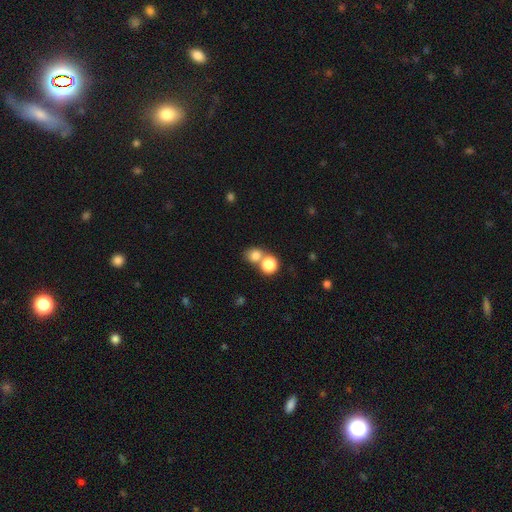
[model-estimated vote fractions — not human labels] A smooth galaxy with no disk features (78%) that is round (70%).

Vote fractions:
- Smooth or featured? smooth: 78% / star or artifact: 14% / featured or disk: 8%
- How rounded? round: 70% / in between: 29% / cigar-shaped: 1%
- Merging? none: 46% / merger: 43% / minor disturbance: 8% / major disturbance: 4%